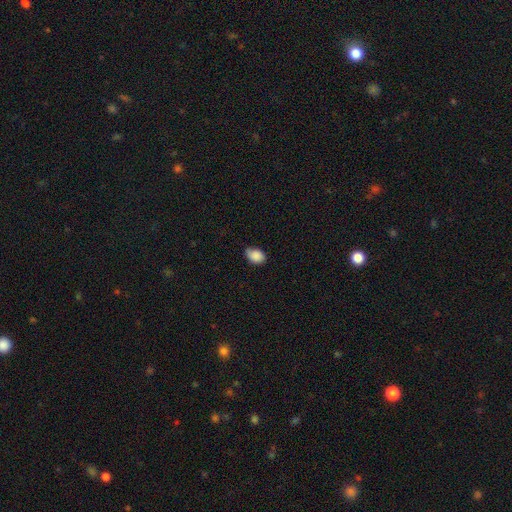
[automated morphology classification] type=smooth (87%); roundness=in between (81%); merging=none (64%).